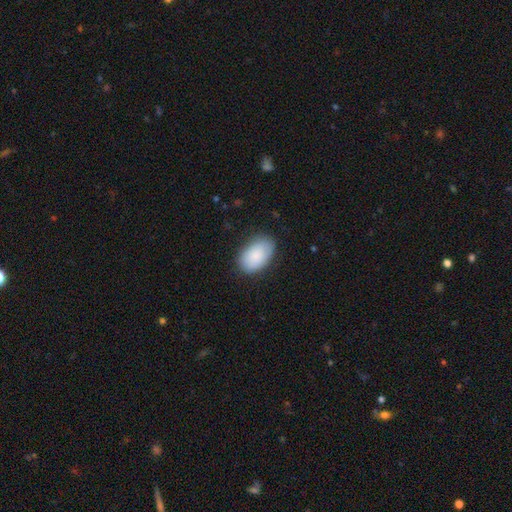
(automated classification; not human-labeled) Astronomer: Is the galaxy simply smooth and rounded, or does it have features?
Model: smooth — 88%.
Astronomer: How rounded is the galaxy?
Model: in between — 92%.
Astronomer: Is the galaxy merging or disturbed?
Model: none — 81%.